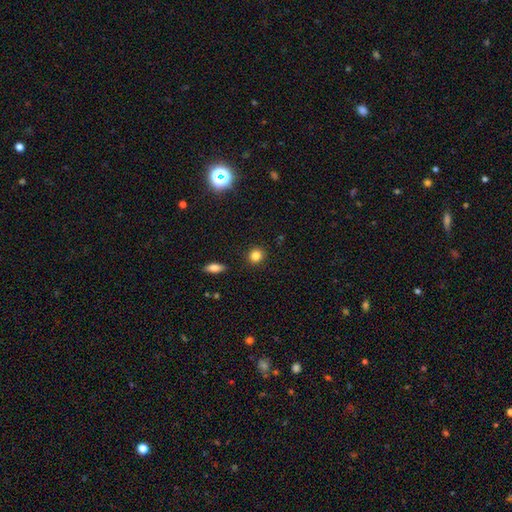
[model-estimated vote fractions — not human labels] A smooth galaxy with no disk features (84%) that is round (85%). Merging: none (90%).